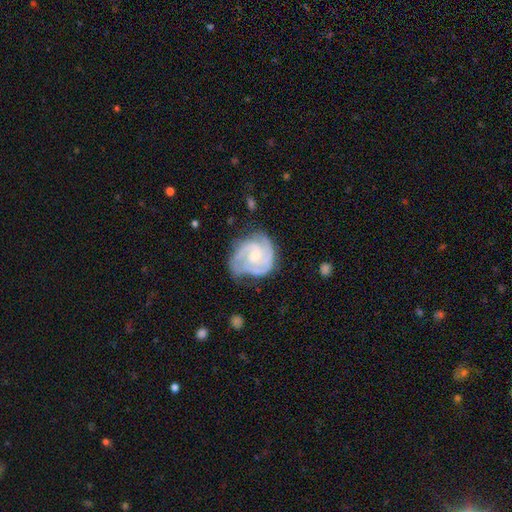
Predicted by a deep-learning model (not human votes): Smooth or featured? featured or disk (86%)
Edge-on disk? no (98%)
Bar? no (64%)
Spiral arms? yes (97%)
Spiral winding? tight (55%)
Spiral arm count? 2 (42%)
Bulge size? small (56%)
Merging? none (58%)